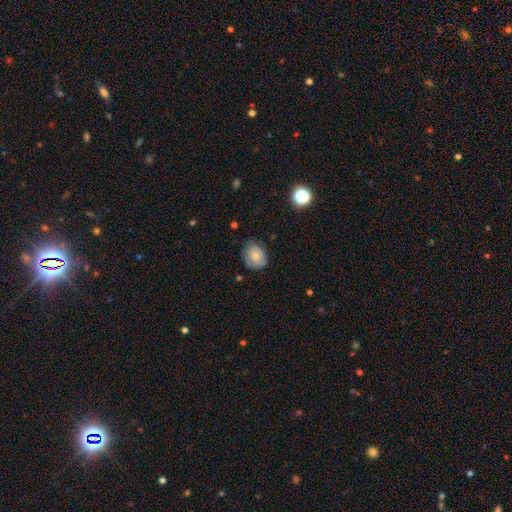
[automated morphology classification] The model was most divided on "how rounded": round: 53%, in between: 46%, cigar-shaped: 1%. More confident: smooth or featured — smooth (70%); merging — none (66%).